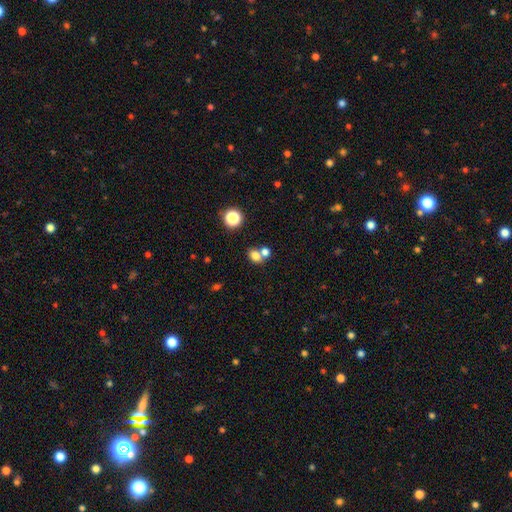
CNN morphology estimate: The model was most divided on "merging" (2-way tie): none: 44%, merger: 44%, minor disturbance: 8%, major disturbance: 4%. More confident: smooth or featured — smooth (77%); how rounded — in between (52%).